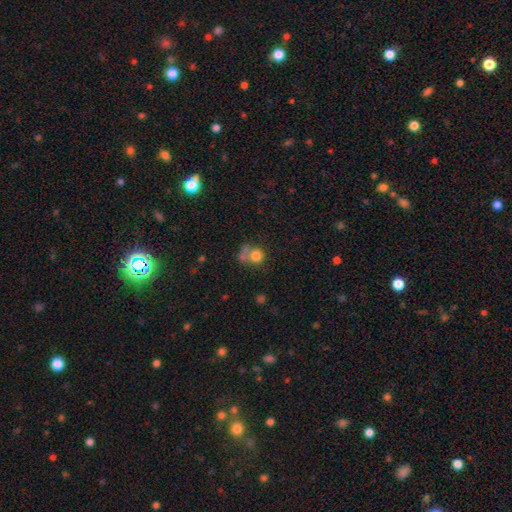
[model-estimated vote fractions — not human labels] This is likely a smooth galaxy (77%). How rounded: likely round (80%). Merging: marginally none (43%).